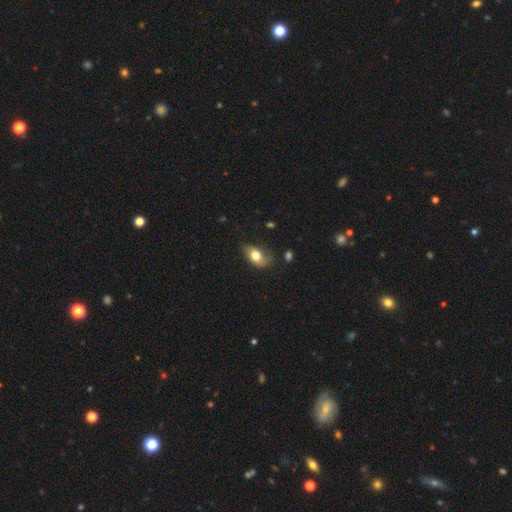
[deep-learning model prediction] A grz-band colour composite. It shows a smooth galaxy with no disk features (69%) that is in between round and cigar-shaped (86%). Merging: none (54%).